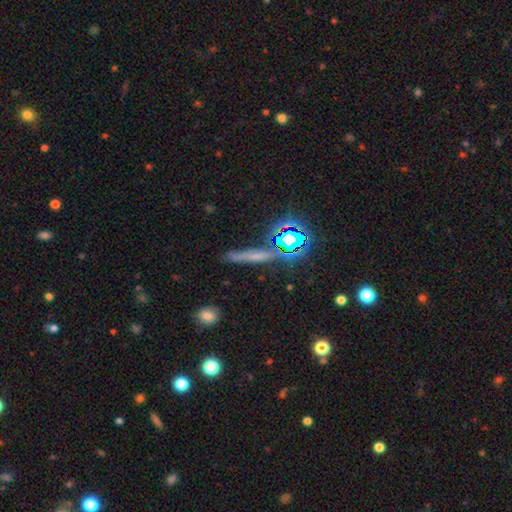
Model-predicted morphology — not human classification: A smooth galaxy with no disk features (43%).

Vote fractions:
- Smooth or featured? smooth: 43% / star or artifact: 29% / featured or disk: 28%
- Merging? none: 81% / minor disturbance: 12% / merger: 4% / major disturbance: 4%